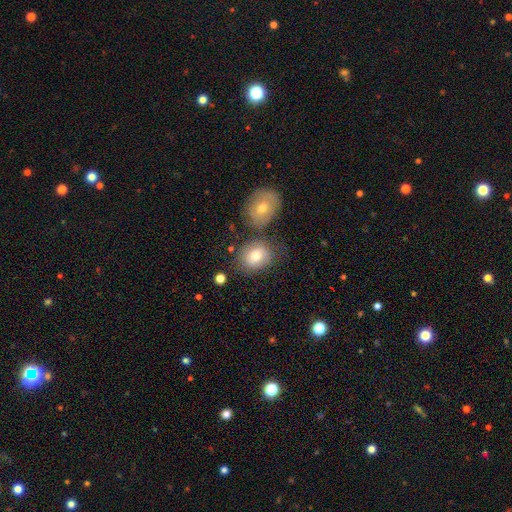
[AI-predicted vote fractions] smooth_or_featured: smooth (p=0.76) [alt: featured or disk p=0.15]
how_rounded: round (p=0.55) [alt: in between p=0.44]
merging: none (p=0.61) [alt: merger p=0.18]